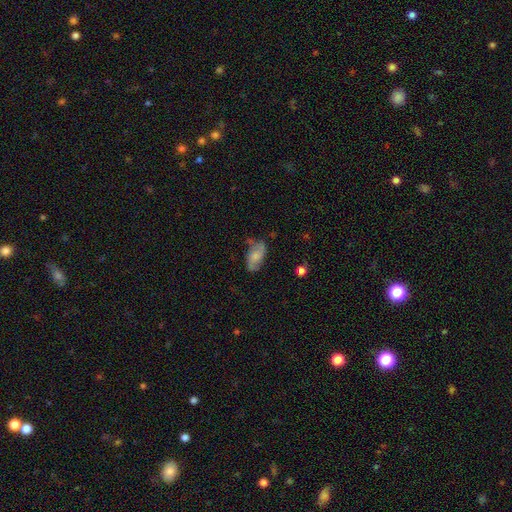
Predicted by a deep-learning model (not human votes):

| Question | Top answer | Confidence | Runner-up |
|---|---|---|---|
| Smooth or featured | smooth | 48% | featured or disk (44%) |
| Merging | none | 60% | minor disturbance (26%) |